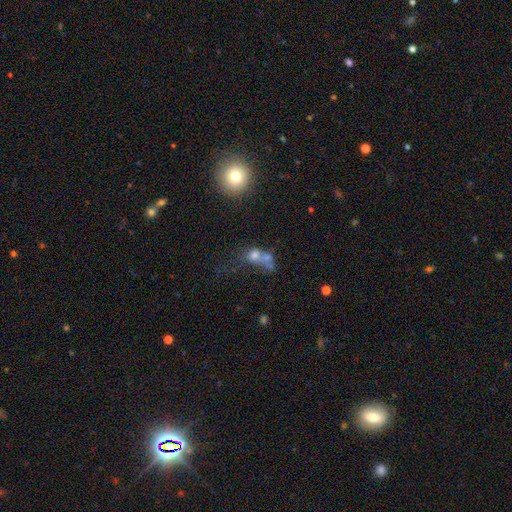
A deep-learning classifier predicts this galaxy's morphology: A smooth galaxy with no disk features (57%) that is round (57%).

Vote fractions:
- Smooth or featured? smooth: 57% / featured or disk: 21% / star or artifact: 21%
- How rounded? round: 57% / in between: 38% / cigar-shaped: 5%
- Merging? merger: 47% / none: 27% / major disturbance: 17% / minor disturbance: 10%